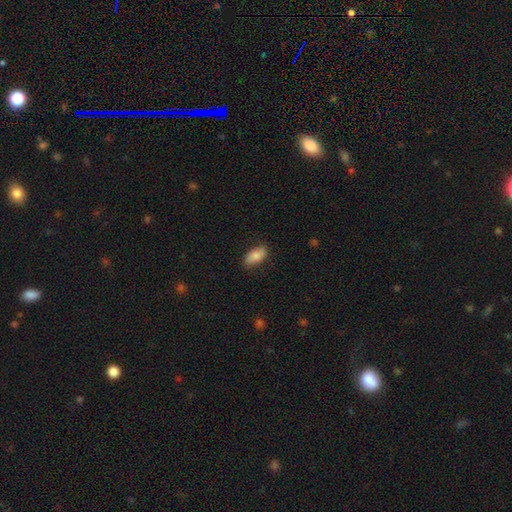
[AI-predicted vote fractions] Smooth or featured?
  - smooth: 78% *
  - featured or disk: 15%
  - star or artifact: 7%
How rounded?
  - in between: 91% *
  - cigar-shaped: 6%
  - round: 3%
Merging?
  - none: 78% *
  - minor disturbance: 17%
  - major disturbance: 3%
  - merger: 1%